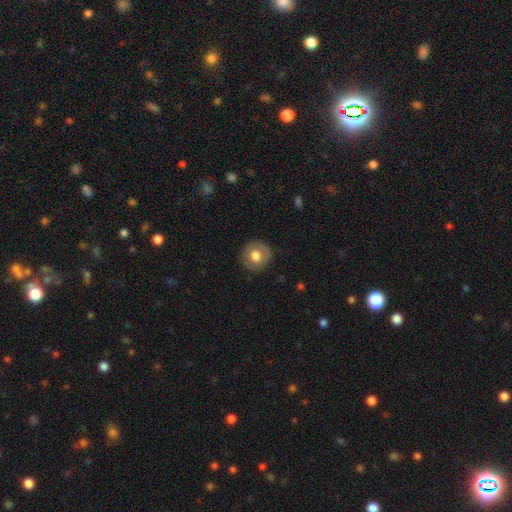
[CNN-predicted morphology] Smooth or featured? smooth (71%)
How rounded? round (91%)
Merging? none (86%)